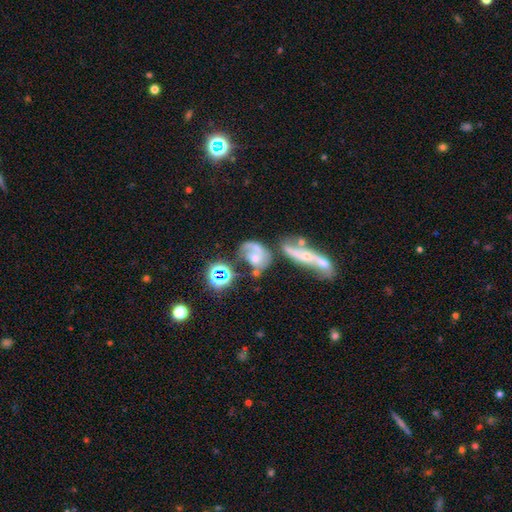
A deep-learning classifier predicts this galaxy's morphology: smooth-or-featured: featured or disk: 50% | smooth: 34% | star or artifact: 16%
  disk-edge-on: no: 94% | yes: 6%
  merging: merger: 41% | major disturbance: 23% | none: 22% | minor disturbance: 14%